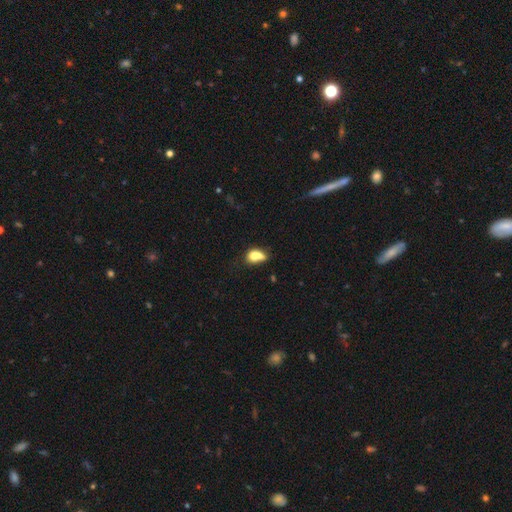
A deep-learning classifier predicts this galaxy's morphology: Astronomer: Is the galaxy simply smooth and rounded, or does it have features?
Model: smooth — 73%.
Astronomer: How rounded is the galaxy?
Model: in between — 72%.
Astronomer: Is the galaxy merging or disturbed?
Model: merger — 42% (runner-up: none, 27%).